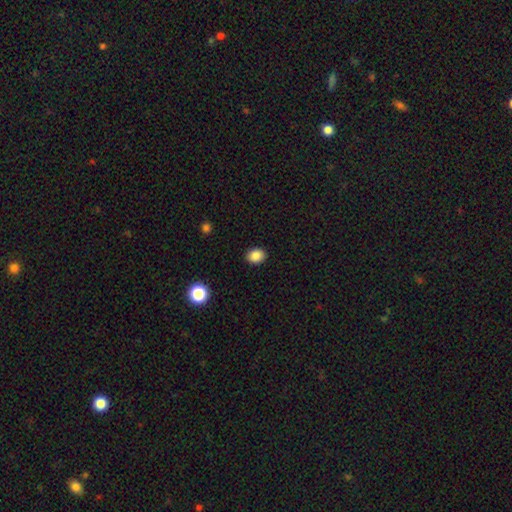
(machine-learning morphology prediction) type=smooth (87%); roundness=in between (51%); merging=none (90%).